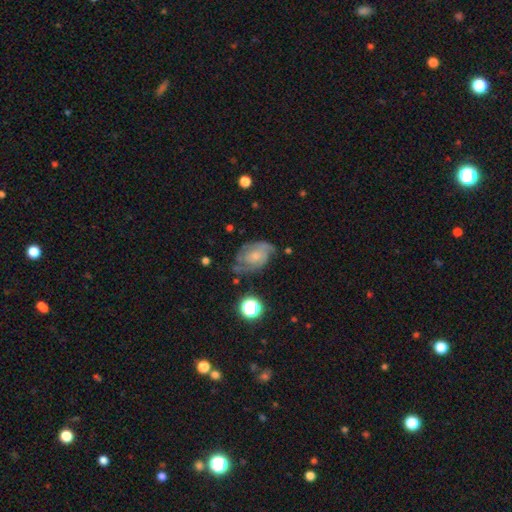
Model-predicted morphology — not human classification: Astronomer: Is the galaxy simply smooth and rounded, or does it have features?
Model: featured or disk — 74%.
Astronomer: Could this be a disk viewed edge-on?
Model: no — 97%.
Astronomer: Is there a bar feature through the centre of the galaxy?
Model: no — 71%.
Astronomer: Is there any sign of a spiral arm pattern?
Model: yes — 91%.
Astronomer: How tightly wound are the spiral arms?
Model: tight — 45% (runner-up: medium, 41%).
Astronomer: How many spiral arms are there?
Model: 2 — 53%.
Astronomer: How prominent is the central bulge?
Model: small — 53% (runner-up: moderate, 32%).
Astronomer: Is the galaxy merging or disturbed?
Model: none — 59%.